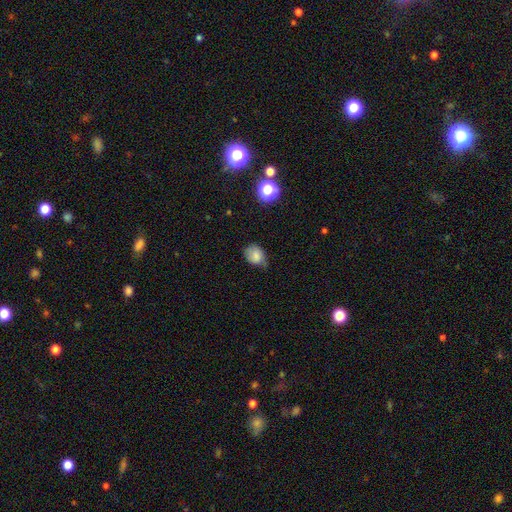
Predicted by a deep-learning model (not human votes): Overall: smooth (74%). How rounded: in between (61%; round 38%). Merging: none (47%; minor disturbance 40%).